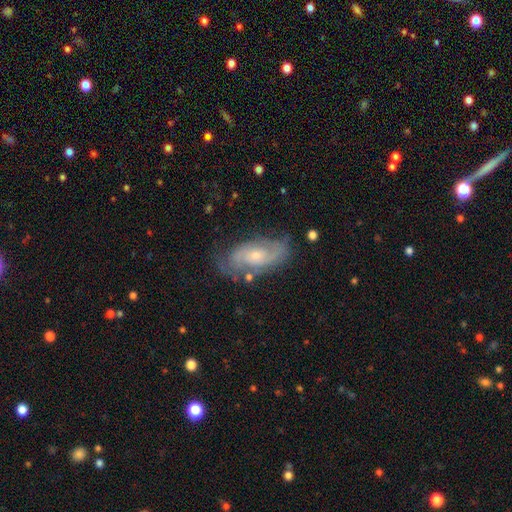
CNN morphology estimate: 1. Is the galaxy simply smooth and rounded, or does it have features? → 72% featured or disk, 21% smooth, 7% star or artifact.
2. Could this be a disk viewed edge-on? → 92% no, 8% yes.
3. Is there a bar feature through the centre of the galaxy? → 66% no, 28% weak, 6% strong.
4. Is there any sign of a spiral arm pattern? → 85% yes, 15% no.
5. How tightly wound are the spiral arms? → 42% medium, 38% tight, 21% loose.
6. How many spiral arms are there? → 63% 2, 25% can't tell, 5% 1, 4% 3, 2% 4, 2% more than 4.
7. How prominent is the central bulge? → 60% small, 35% moderate, 2% large, 2% none, 1% dominant.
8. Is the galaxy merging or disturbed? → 65% none, 22% minor disturbance, 9% major disturbance, 3% merger.